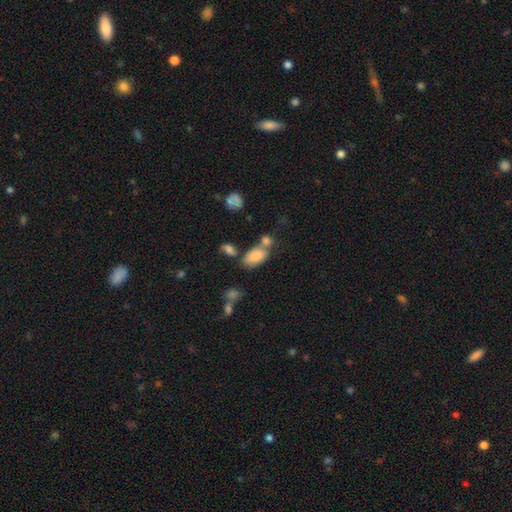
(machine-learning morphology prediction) Smooth or featured? Predicted: smooth (p=0.81). How rounded? Predicted: in between (p=0.91). Merging? Predicted: none (p=0.43).